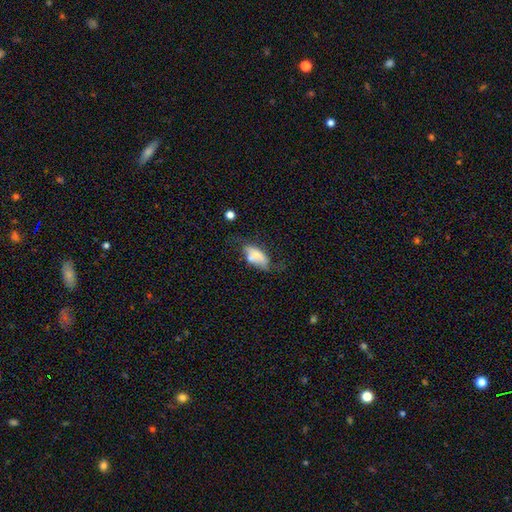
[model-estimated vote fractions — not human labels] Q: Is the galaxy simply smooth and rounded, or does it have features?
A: smooth — 64%.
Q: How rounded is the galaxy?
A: in between — 88%.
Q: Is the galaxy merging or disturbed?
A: none — 38%.